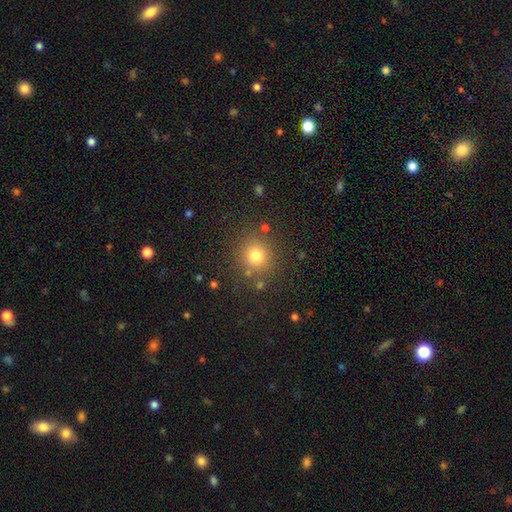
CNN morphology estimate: Smooth or featured? Predicted: smooth (p=0.76). How rounded? Predicted: round (p=0.91). Merging? Predicted: none (p=0.83).